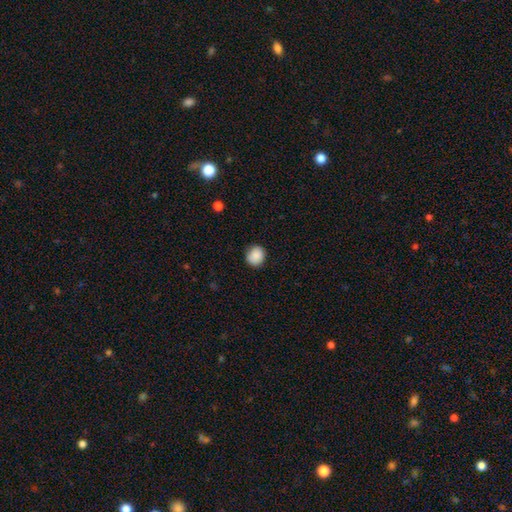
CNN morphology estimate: A smooth galaxy with no disk features (89%) that is round (80%).

Vote fractions:
- Smooth or featured? smooth: 89% / star or artifact: 8% / featured or disk: 3%
- How rounded? round: 80% / in between: 19% / cigar-shaped: 1%
- Merging? none: 87% / minor disturbance: 10% / major disturbance: 2% / merger: 1%